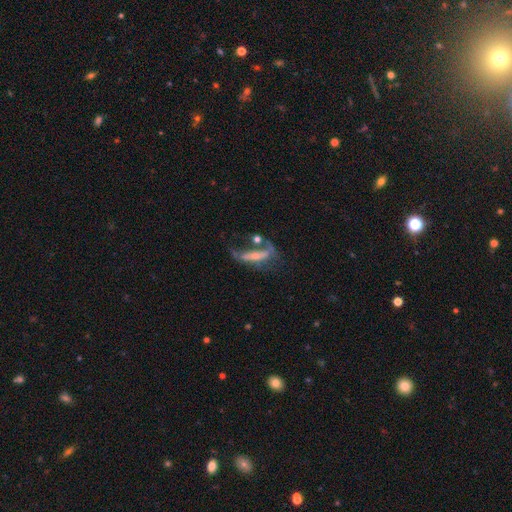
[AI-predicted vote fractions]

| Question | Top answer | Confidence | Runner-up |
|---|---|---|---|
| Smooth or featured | featured or disk | 61% | smooth (31%) |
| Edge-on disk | no | 63% | yes (37%) |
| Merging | major disturbance | 34% | none (30%) |